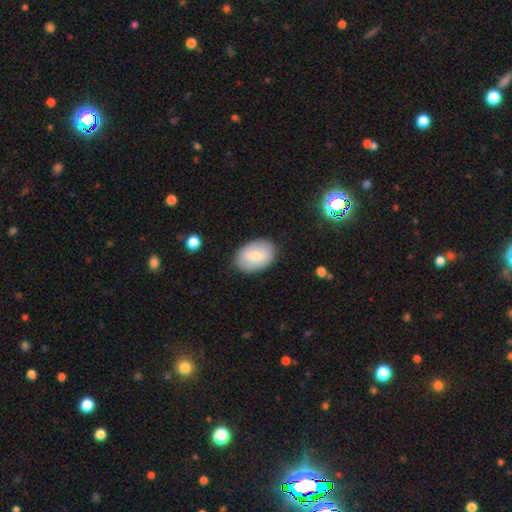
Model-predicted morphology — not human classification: A smooth galaxy with no disk features (73%) that is in between round and cigar-shaped (83%). Merging: none (84%).